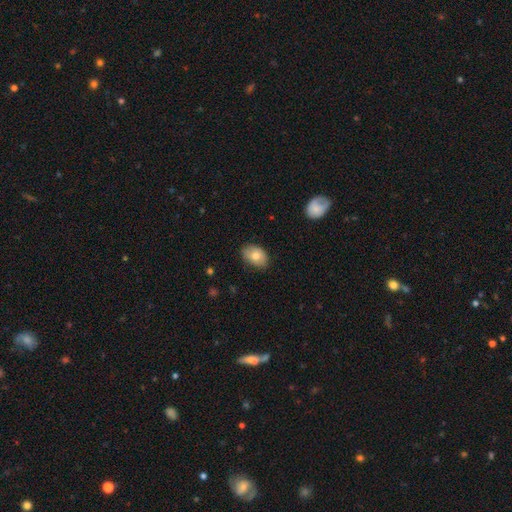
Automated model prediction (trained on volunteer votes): smooth_or_featured: smooth (p=0.79) [alt: featured or disk p=0.13]
how_rounded: in between (p=0.83) [alt: round p=0.16]
merging: none (p=0.80) [alt: minor disturbance p=0.16]